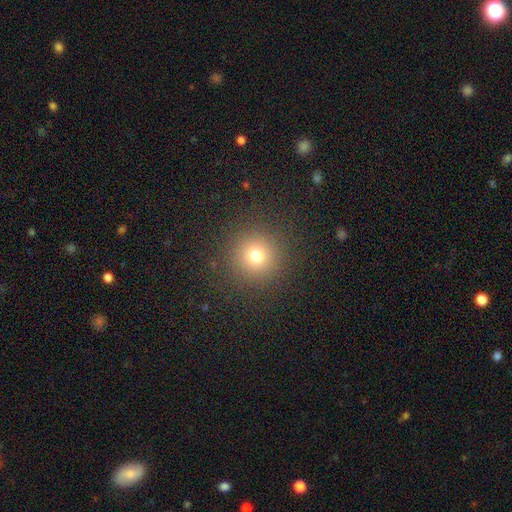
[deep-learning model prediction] A smooth galaxy with no disk features (73%) that is round (95%). Merging: none (90%).